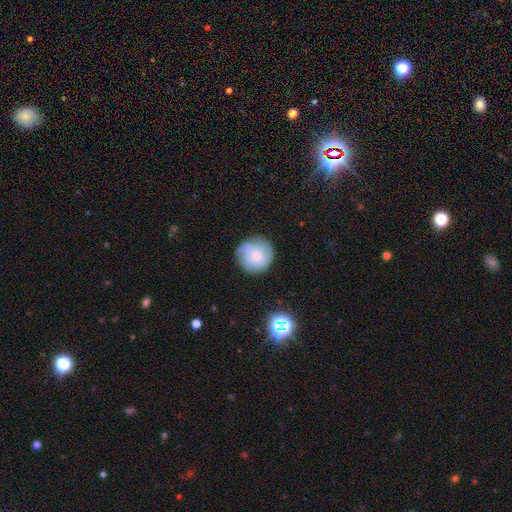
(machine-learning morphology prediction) featured or disk 47%, smooth 44%, star or artifact 9%. Down the decision tree: merging — none (78%).